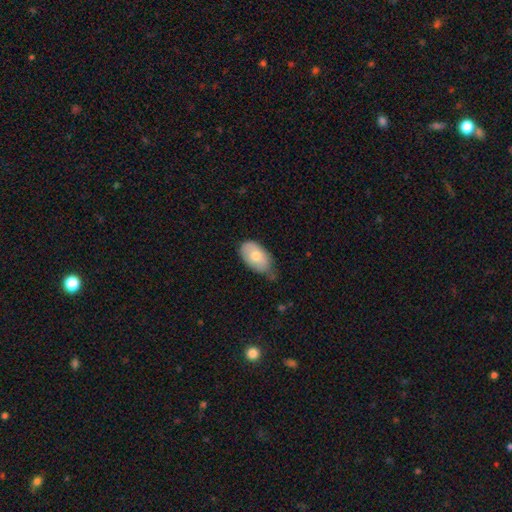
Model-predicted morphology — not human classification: The model was most divided on "merging": none: 52%, minor disturbance: 39%, major disturbance: 6%, merger: 3%. More confident: how rounded — in between (92%); smooth or featured — smooth (74%).